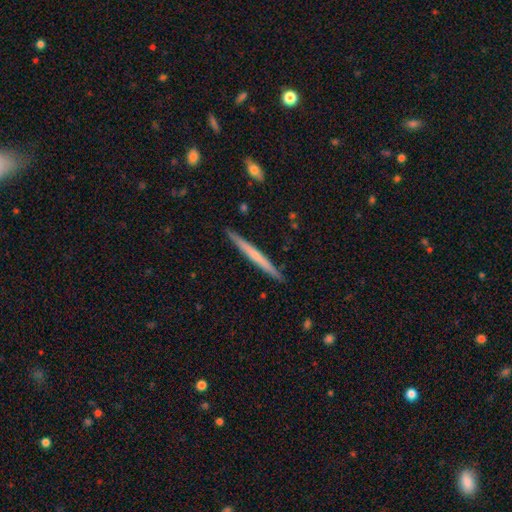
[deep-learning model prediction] smooth-or-featured: featured or disk: 47% (tied) | smooth: 47% (tied) | star or artifact: 6%
  merging: none: 91% | minor disturbance: 6% | major disturbance: 1% | merger: 1%